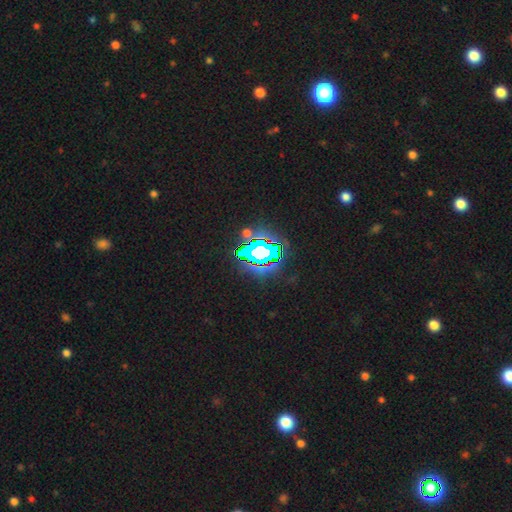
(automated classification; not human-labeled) A star or artifact, not a galaxy (69%).

Vote fractions:
- Smooth or featured? star or artifact: 69% / featured or disk: 15% / smooth: 15%